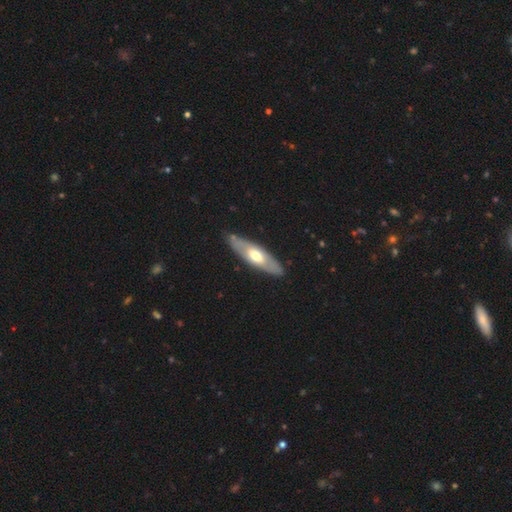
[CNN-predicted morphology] Smooth or featured?
  - featured or disk: 50% *
  - smooth: 45%
  - star or artifact: 5%
Merging?
  - none: 83% *
  - minor disturbance: 13%
  - major disturbance: 3%
  - merger: 2%